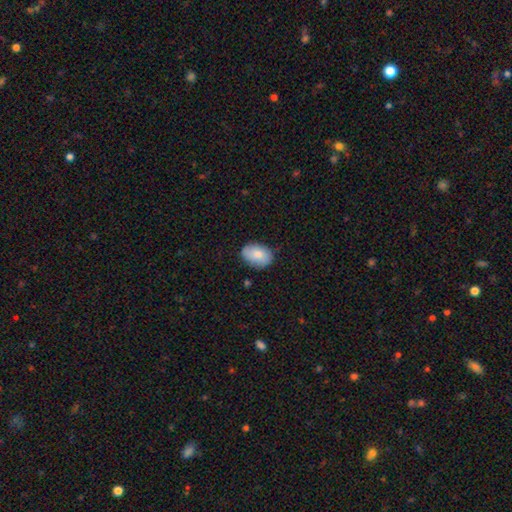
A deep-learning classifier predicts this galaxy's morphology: Q: Smooth or featured?
A: smooth (80%); runner-up: featured or disk (13%)
Q: How rounded?
A: in between (80%); runner-up: round (19%)
Q: Merging?
A: none (81%); runner-up: minor disturbance (15%)